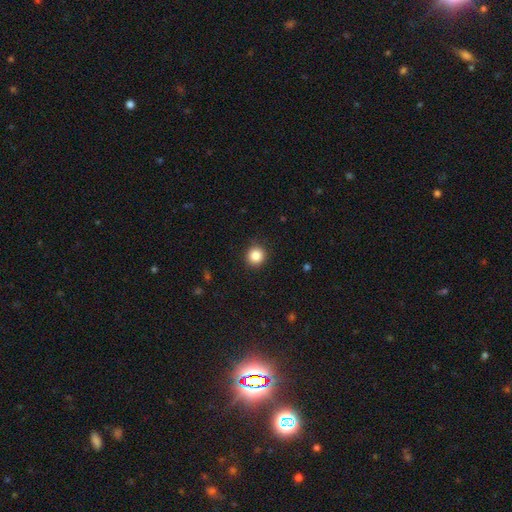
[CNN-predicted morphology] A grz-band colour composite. It shows a smooth galaxy with no disk features (86%) that is round (93%). Merging: none (90%).